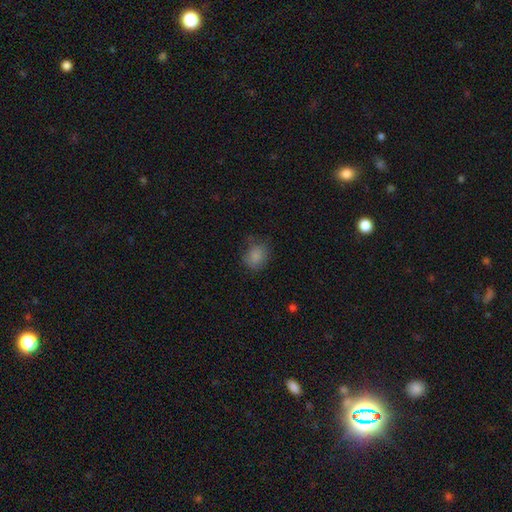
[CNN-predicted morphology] Smooth or featured: smooth — 83% (star or artifact — 11%)
How rounded: round — 58% (in between — 41%)
Merging: none — 64% (minor disturbance — 25%)